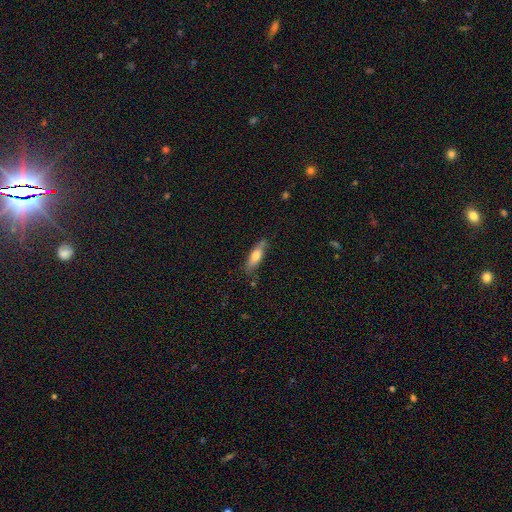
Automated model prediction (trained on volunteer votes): Smooth or featured? Predicted: smooth (p=0.62). How rounded? Predicted: cigar-shaped (p=0.55). Merging? Predicted: none (p=0.76).